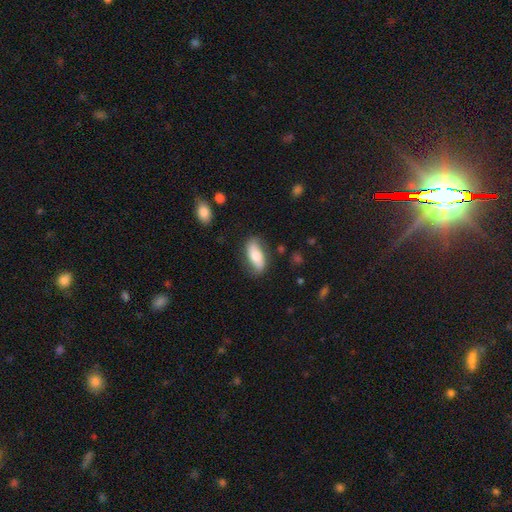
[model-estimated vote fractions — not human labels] Smooth or featured?
  - smooth: 59% *
  - featured or disk: 35%
  - star or artifact: 6%
How rounded?
  - in between: 83% *
  - cigar-shaped: 14%
  - round: 4%
Merging?
  - none: 77% *
  - minor disturbance: 16%
  - major disturbance: 4%
  - merger: 2%